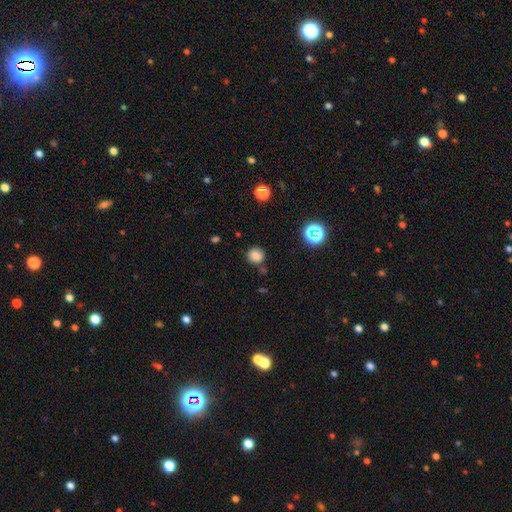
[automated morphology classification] A smooth galaxy with no disk features (80%) that is round (89%). Merging: none (78%).